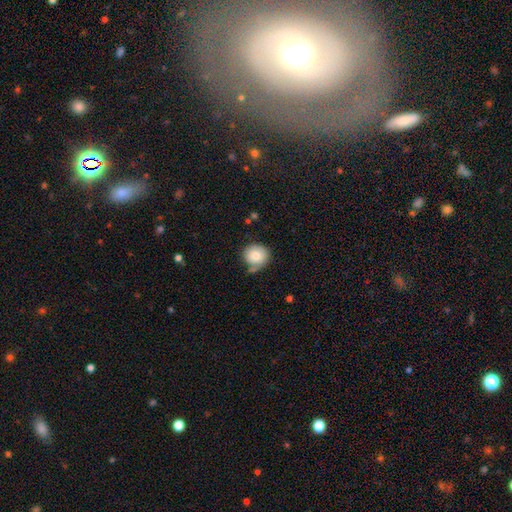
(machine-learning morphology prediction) A smooth galaxy with no disk features (81%) that is round (90%).

Vote fractions:
- Smooth or featured? smooth: 81% / featured or disk: 11% / star or artifact: 8%
- How rounded? round: 90% / in between: 9% / cigar-shaped: 1%
- Merging? none: 68% / minor disturbance: 18% / merger: 9% / major disturbance: 5%